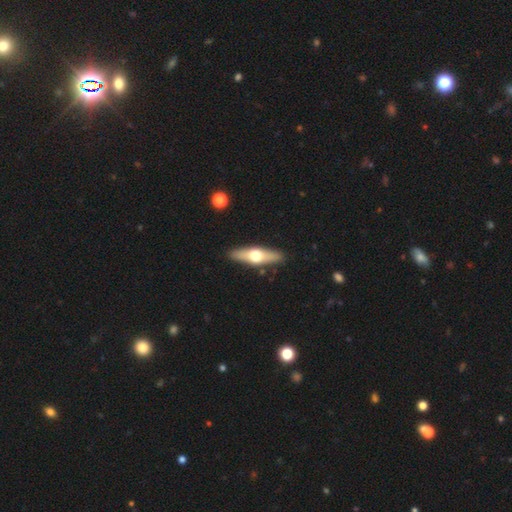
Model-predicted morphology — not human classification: type=featured or disk (51%); edge-on=yes (86%); merging=none (89%).